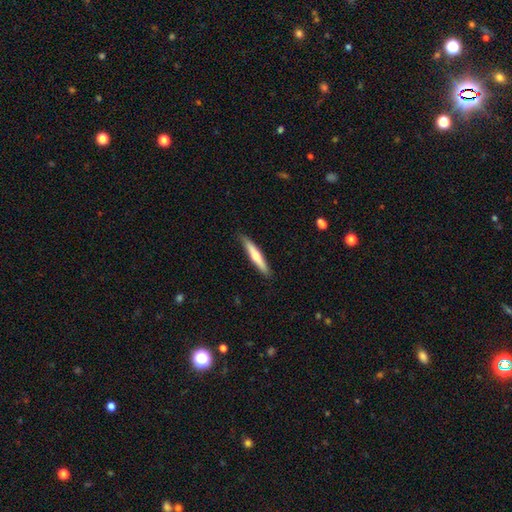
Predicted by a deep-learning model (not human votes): Smooth or featured? smooth (53%)
How rounded? cigar-shaped (92%)
Merging? none (88%)